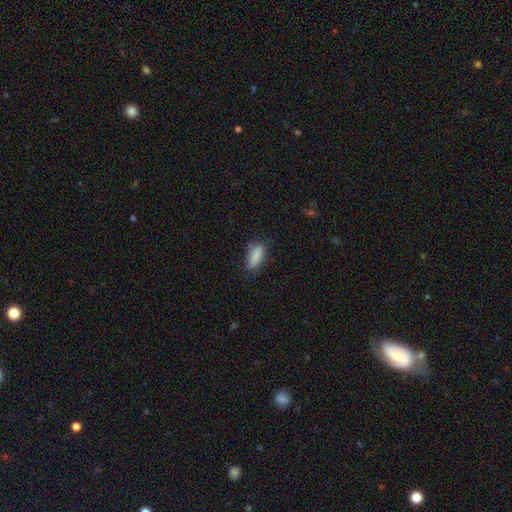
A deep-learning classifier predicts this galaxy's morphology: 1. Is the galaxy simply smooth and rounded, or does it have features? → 86% smooth, 7% featured or disk, 7% star or artifact.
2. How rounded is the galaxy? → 70% in between, 28% cigar-shaped, 2% round.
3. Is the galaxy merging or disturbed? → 73% none, 20% minor disturbance, 5% major disturbance, 2% merger.